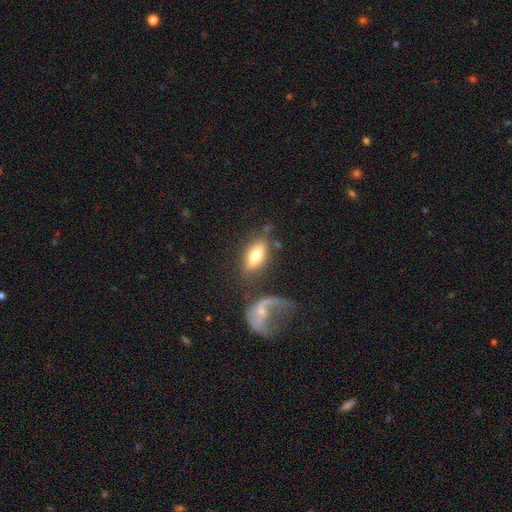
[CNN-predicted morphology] Smooth or featured? smooth (64%)
How rounded? in between (81%)
Merging? none (63%)